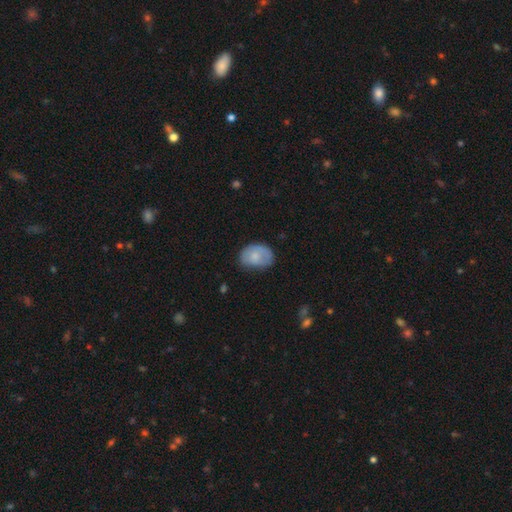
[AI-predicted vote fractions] smooth 72%, featured or disk 21%, star or artifact 7%. Down the decision tree: how rounded — in between (76%); merging — none (60%).